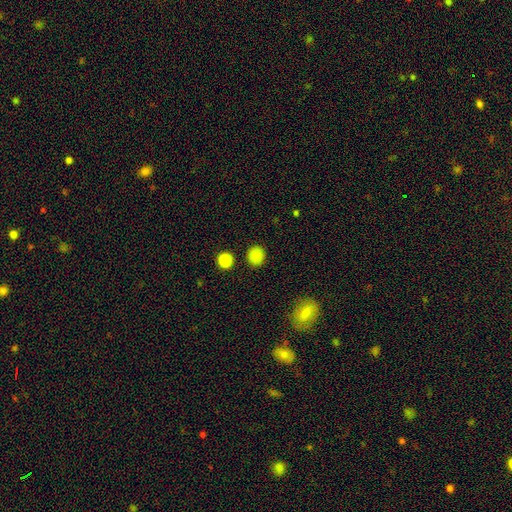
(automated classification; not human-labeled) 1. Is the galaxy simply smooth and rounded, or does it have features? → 85% smooth, 12% star or artifact, 3% featured or disk.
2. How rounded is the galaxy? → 86% round, 13% in between, 1% cigar-shaped.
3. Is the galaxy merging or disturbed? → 89% none, 6% minor disturbance, 2% major disturbance, 2% merger.